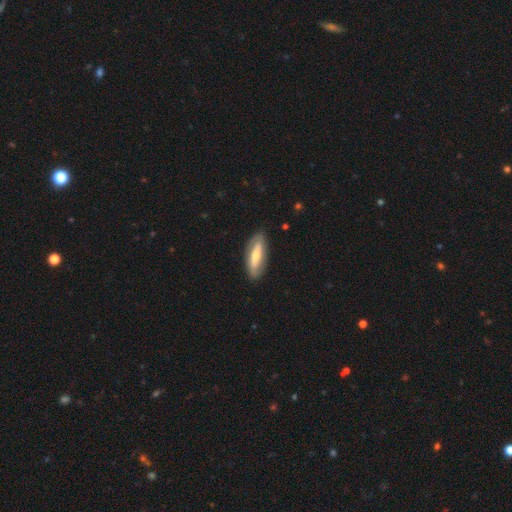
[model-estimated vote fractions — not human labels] smooth_or_featured: featured or disk (p=0.49) [alt: smooth p=0.46]
merging: none (p=0.82) [alt: minor disturbance p=0.13]